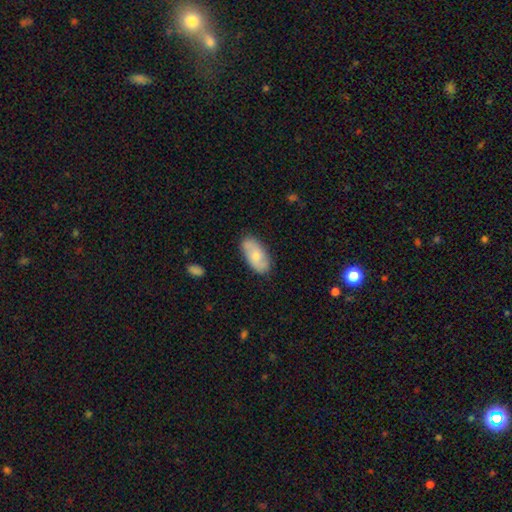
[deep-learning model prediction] Morphology: type=smooth (59%); roundness=in between (92%); merging=none (80%).